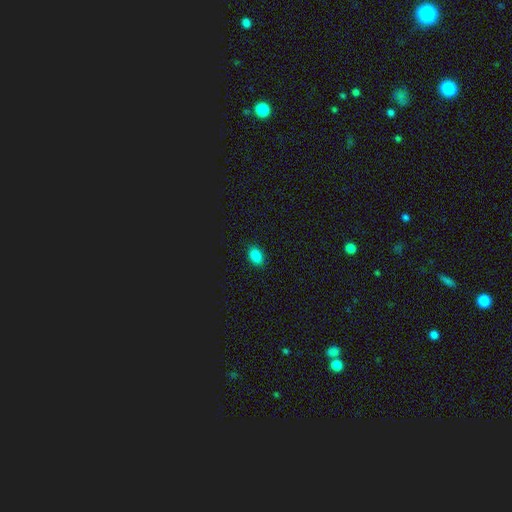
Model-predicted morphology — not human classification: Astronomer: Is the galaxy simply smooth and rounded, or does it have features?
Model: smooth — 85%.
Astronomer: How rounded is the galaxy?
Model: in between — 83%.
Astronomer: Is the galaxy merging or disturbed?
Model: none — 88%.